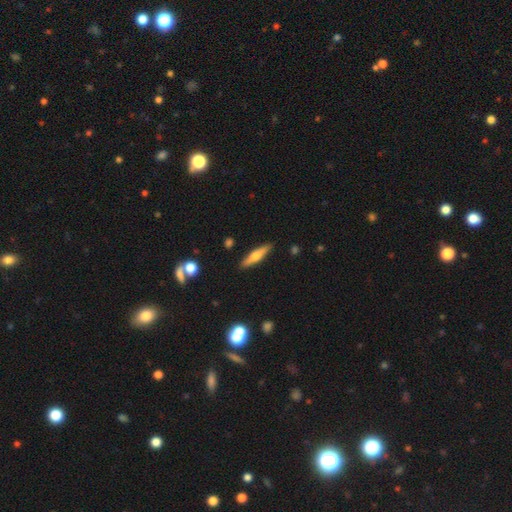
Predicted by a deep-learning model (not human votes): The model was most divided on "smooth or featured": featured or disk: 50%, smooth: 44%, star or artifact: 6%. More confident: merging — none (90%).